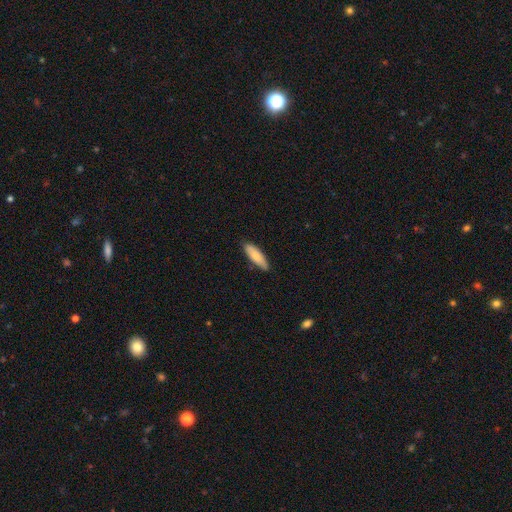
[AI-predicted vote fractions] Smooth or featured? smooth (81%)
How rounded? cigar-shaped (53%)
Merging? none (84%)